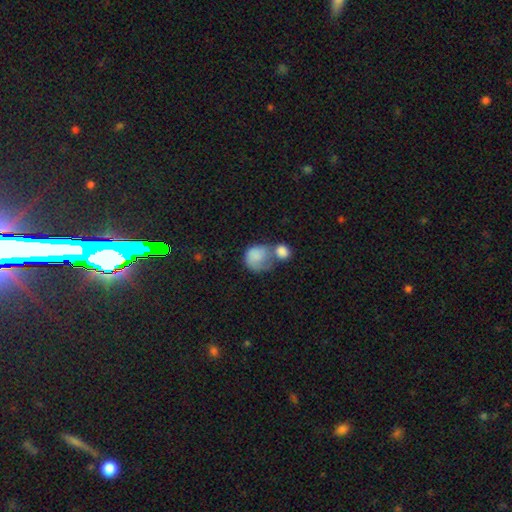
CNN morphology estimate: A smooth galaxy with no disk features (79%) that is round (65%). Merging: merger (51%).